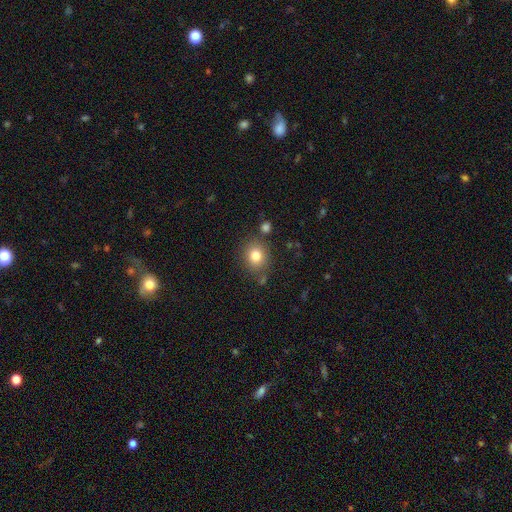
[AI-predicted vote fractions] Smooth or featured?
  - smooth: 81% *
  - star or artifact: 11%
  - featured or disk: 8%
How rounded?
  - round: 74% *
  - in between: 25%
  - cigar-shaped: 1%
Merging?
  - none: 79% *
  - minor disturbance: 11%
  - merger: 6%
  - major disturbance: 4%